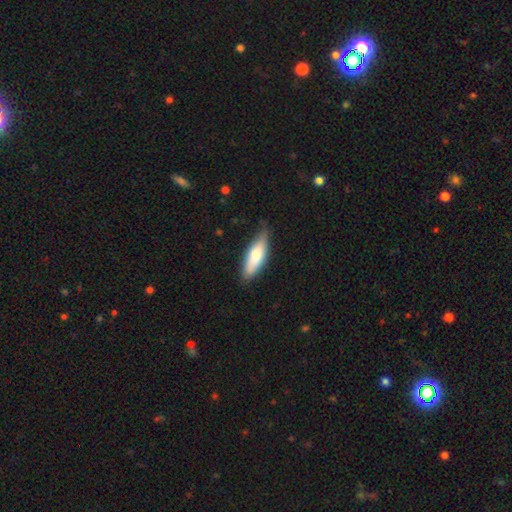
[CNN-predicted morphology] Smooth or featured?
  - smooth: 75% *
  - featured or disk: 20%
  - star or artifact: 5%
How rounded?
  - in between: 52% *
  - cigar-shaped: 46%
  - round: 2%
Merging?
  - none: 74% *
  - minor disturbance: 22%
  - major disturbance: 3%
  - merger: 1%